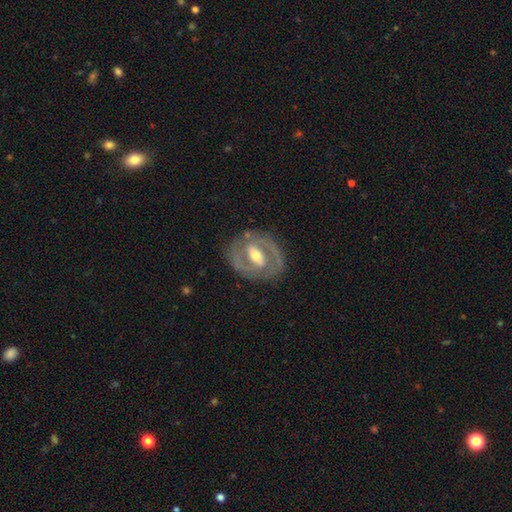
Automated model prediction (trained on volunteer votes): Smooth or featured? Predicted: featured or disk (p=0.82). Edge-on disk? Predicted: no (p=0.95). Bar? Predicted: strong (p=0.48). Spiral arms? Predicted: yes (p=0.77). Spiral winding? Predicted: tight (p=0.46). Spiral arm count? Predicted: 2 (p=0.85). Bulge size? Predicted: moderate (p=0.67). Merging? Predicted: none (p=0.82).